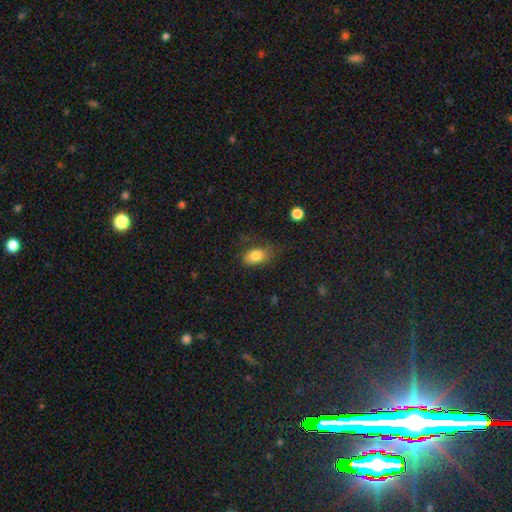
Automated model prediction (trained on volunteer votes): This is clearly a smooth galaxy (81%). How rounded: clearly in between (87%). Merging: likely none (64%).